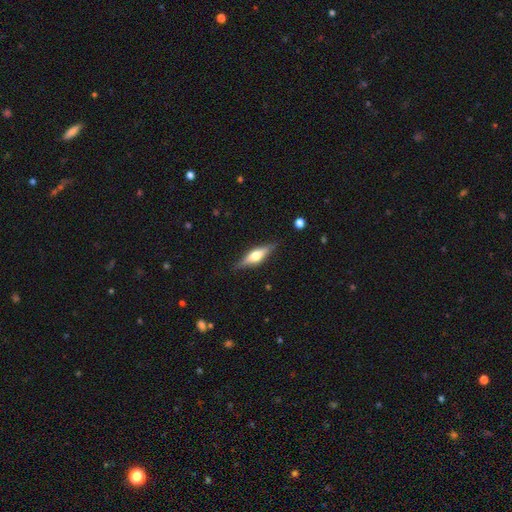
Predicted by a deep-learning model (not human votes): Smooth or featured? featured or disk (61%)
Edge-on disk? yes (95%)
Edge-on bulge? rounded (91%)
Merging? none (86%)